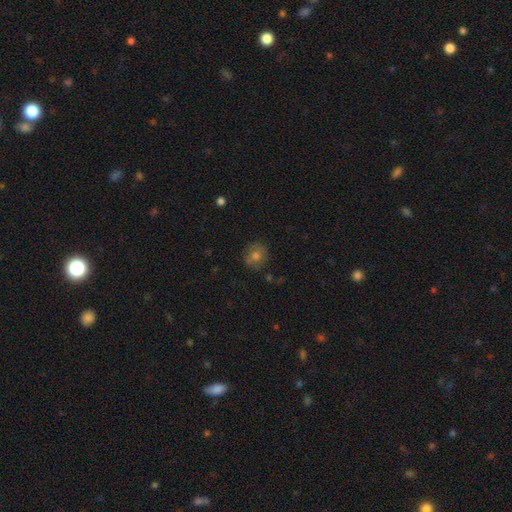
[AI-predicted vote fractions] This appears to be a smooth galaxy with no disk features (67%) that is round (84%). Merging: none (83%).